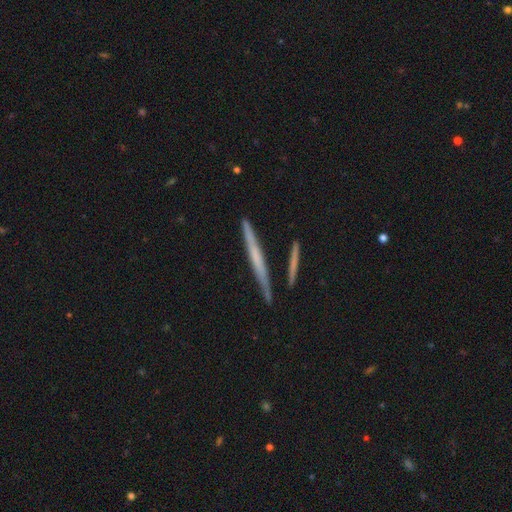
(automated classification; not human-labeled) This appears to be a featured or disk galaxy (58%) viewed edge-on (97%) with no central bulge (78%). Merging: none (86%).